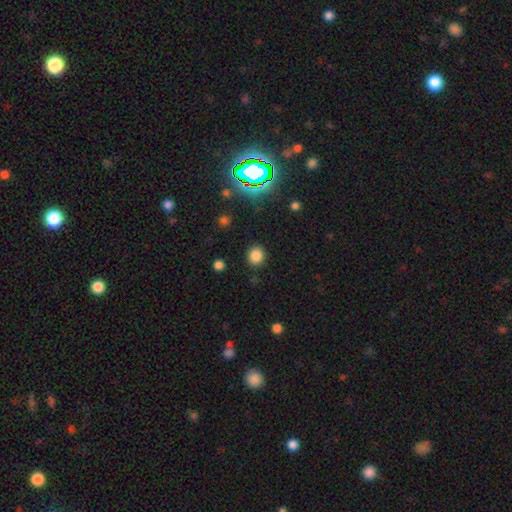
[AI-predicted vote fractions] This appears to be a smooth galaxy with no disk features (81%) that is round (81%). Merging: none (88%).